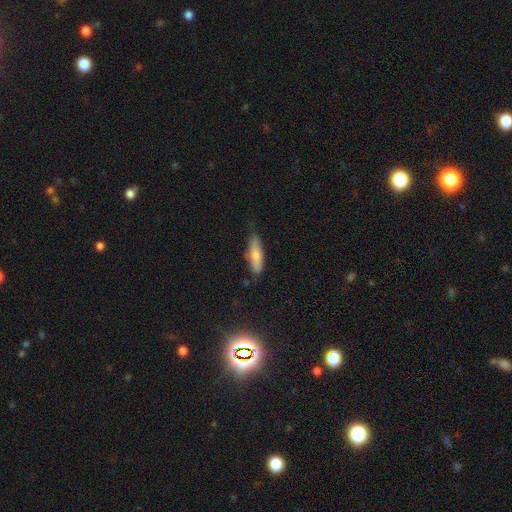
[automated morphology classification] A smooth galaxy with no disk features (71%) that is cigar-shaped (56%). Merging: none (72%).